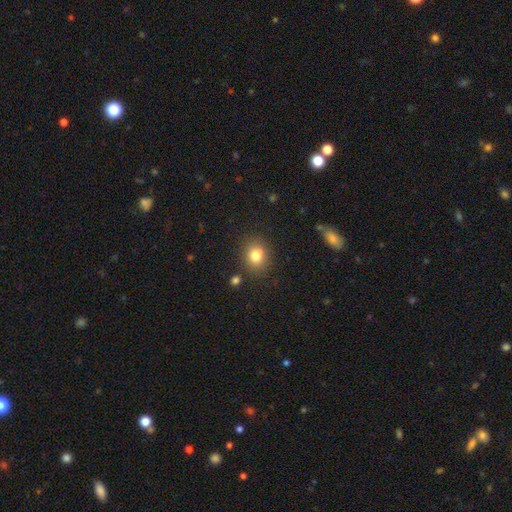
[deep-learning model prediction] smooth-or-featured: smooth: 80% | star or artifact: 12% | featured or disk: 8%
  how-rounded: round: 64% | in between: 35% | cigar-shaped: 1%
  merging: none: 80% | minor disturbance: 12% | merger: 5% | major disturbance: 3%